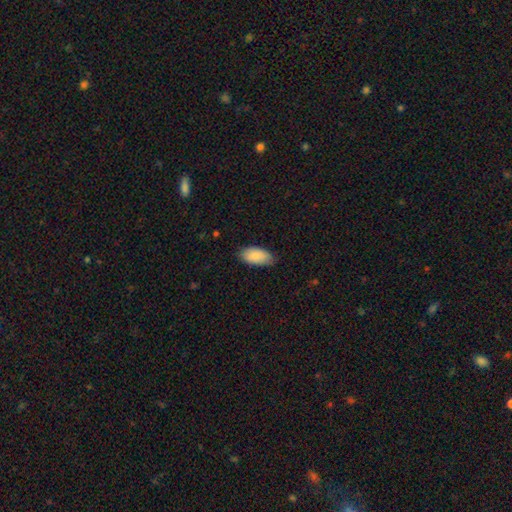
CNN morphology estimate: Smooth or featured?
  - smooth: 88% *
  - featured or disk: 6%
  - star or artifact: 6%
How rounded?
  - in between: 95% *
  - cigar-shaped: 3%
  - round: 2%
Merging?
  - none: 81% *
  - minor disturbance: 16%
  - major disturbance: 2%
  - merger: 1%